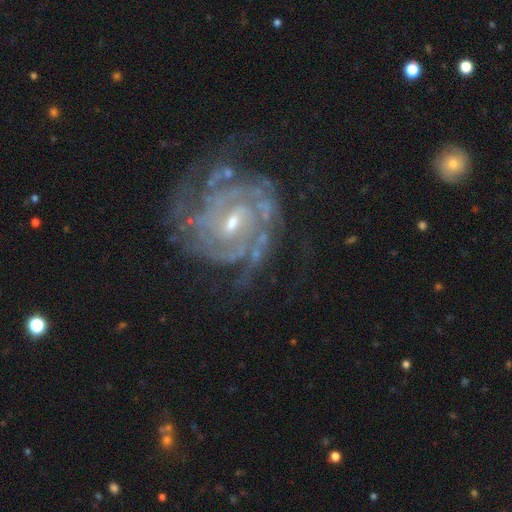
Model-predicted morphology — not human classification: smooth-or-featured: featured or disk: 89% | star or artifact: 6% | smooth: 5%
  disk-edge-on: no: 97% | yes: 3%
    bar: weak: 52% | no: 30% | strong: 18%
    has-spiral-arms: yes: 97% | no: 3%
      spiral-winding: tight: 69% | medium: 26% | loose: 5%
      spiral-arm-count: 2: 26% | can't tell: 24% | 3: 21% | 4: 14% | more than 4: 8% | 1: 7%
    bulge-size: small: 57% | moderate: 39% | none: 2% | large: 2% | dominant: 1%
  merging: none: 67% | minor disturbance: 19% | major disturbance: 11% | merger: 3%